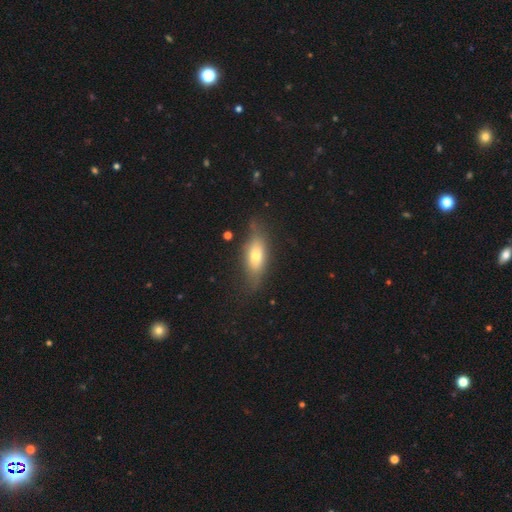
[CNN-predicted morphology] Smooth or featured? smooth (62%)
How rounded? in between (69%)
Merging? none (67%)